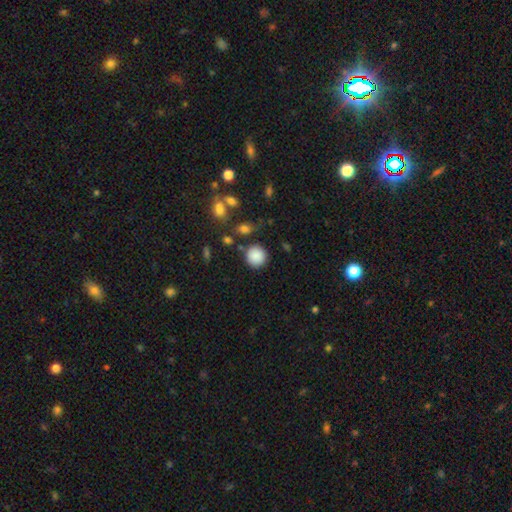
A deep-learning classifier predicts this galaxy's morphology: type=smooth (87%); roundness=round (91%); merging=none (81%).